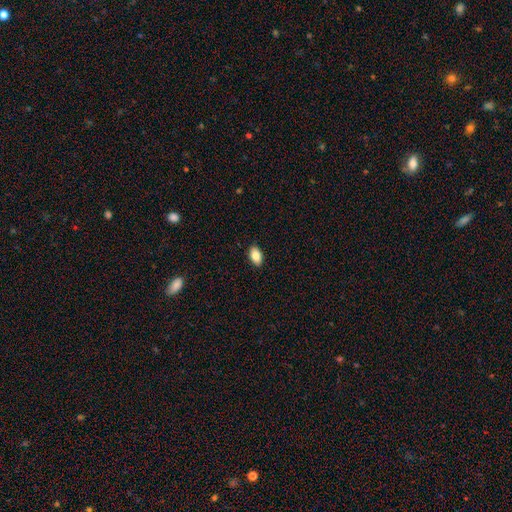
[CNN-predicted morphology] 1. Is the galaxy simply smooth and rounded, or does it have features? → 84% smooth, 9% featured or disk, 7% star or artifact.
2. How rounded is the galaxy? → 92% in between, 6% round, 2% cigar-shaped.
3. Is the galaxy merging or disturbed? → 90% none, 8% minor disturbance, 2% major disturbance, 1% merger.